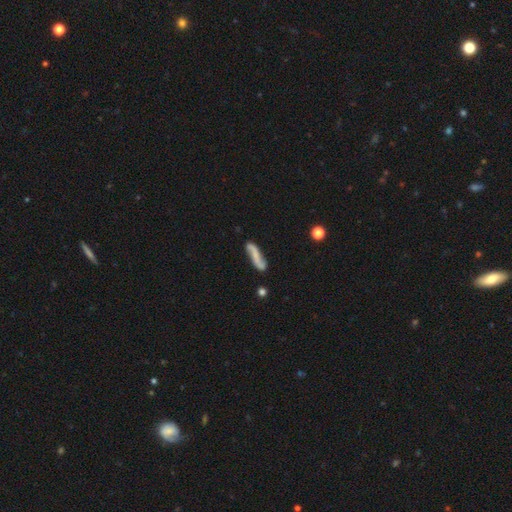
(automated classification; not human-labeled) smooth-or-featured: featured or disk: 57% | smooth: 36% | star or artifact: 7%
  disk-edge-on: no: 82% | yes: 18%
  merging: none: 67% | minor disturbance: 20% | major disturbance: 7% | merger: 6%